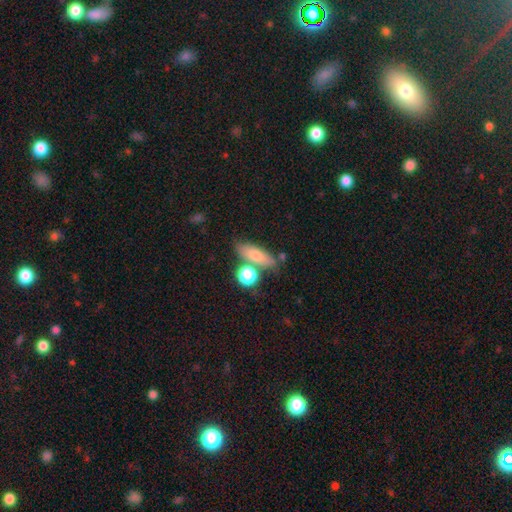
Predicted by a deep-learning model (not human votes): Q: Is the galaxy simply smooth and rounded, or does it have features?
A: smooth — 73%.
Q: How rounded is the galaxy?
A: in between — 52%.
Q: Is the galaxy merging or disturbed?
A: none — 64%.